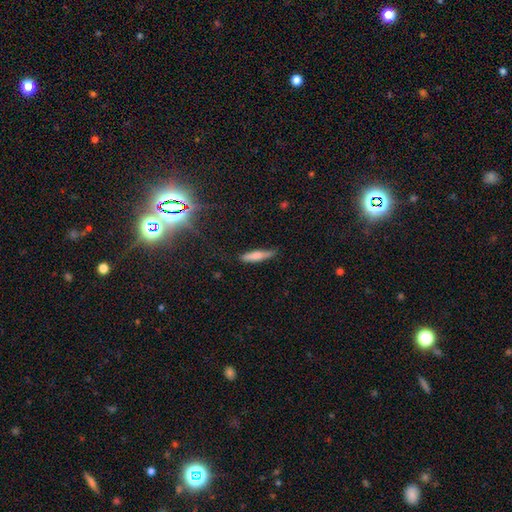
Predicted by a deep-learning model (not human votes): smooth-or-featured: smooth: 71% | featured or disk: 22% | star or artifact: 7%
  how-rounded: cigar-shaped: 84% | in between: 14% | round: 2%
  merging: none: 75% | minor disturbance: 19% | major disturbance: 4% | merger: 2%